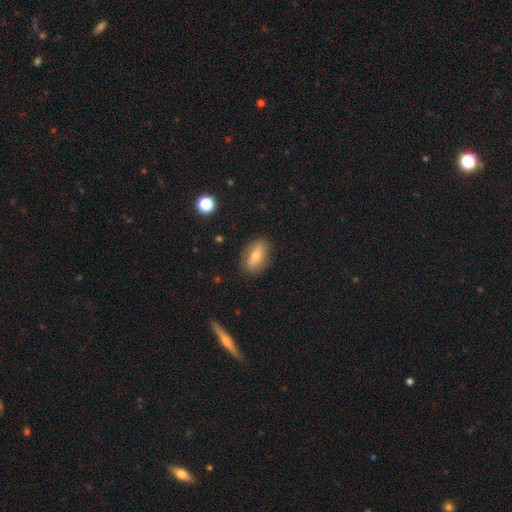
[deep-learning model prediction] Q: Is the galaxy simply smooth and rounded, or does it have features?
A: smooth — 56%.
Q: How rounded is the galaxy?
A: in between — 77%.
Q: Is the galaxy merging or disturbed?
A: none — 84%.